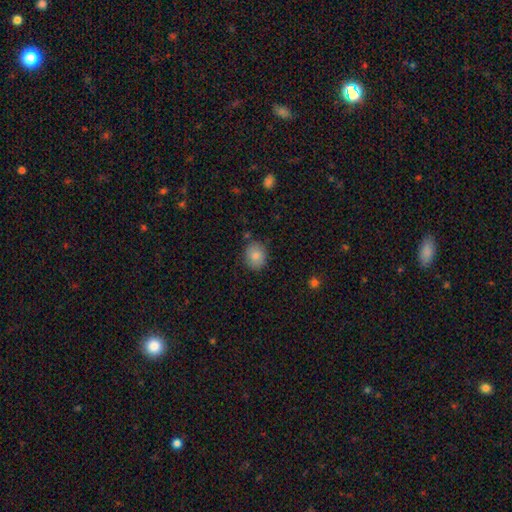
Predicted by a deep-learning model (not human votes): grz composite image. It shows a smooth galaxy with no disk features (83%) that is round (64%). Merging: none (84%).